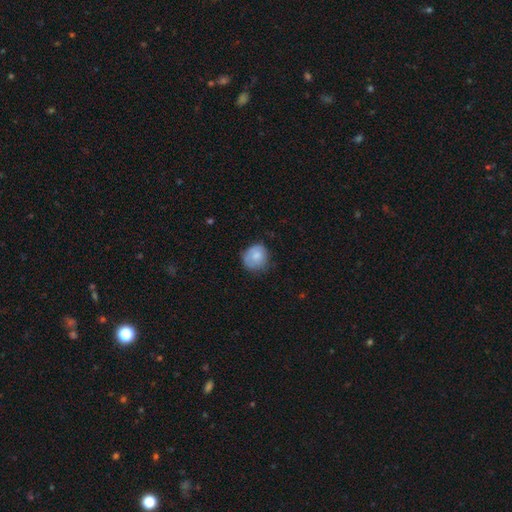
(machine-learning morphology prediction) This is likely a smooth galaxy (71%). How rounded: likely round (78%). Merging: likely none (62%).